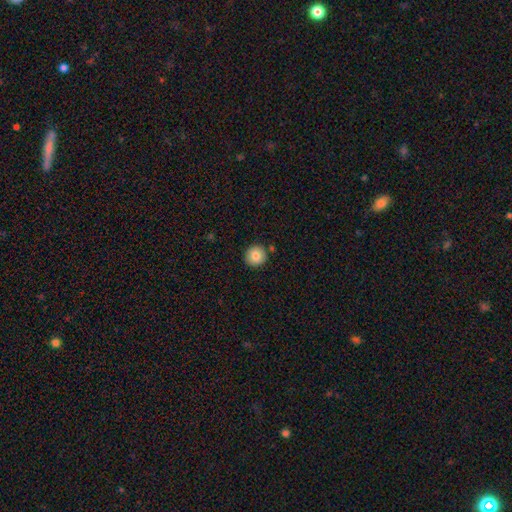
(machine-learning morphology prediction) Q: Smooth or featured?
A: smooth (84%); runner-up: star or artifact (9%)
Q: How rounded?
A: round (93%); runner-up: in between (7%)
Q: Merging?
A: none (88%); runner-up: minor disturbance (7%)